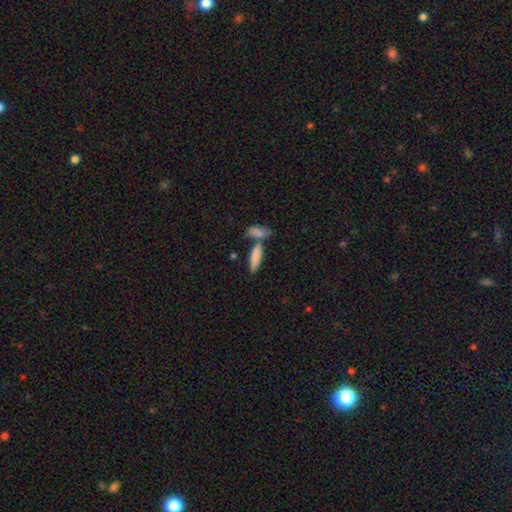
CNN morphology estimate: This appears to be a smooth galaxy with no disk features (82%) that is cigar-shaped (52%). Merging: none (48%).